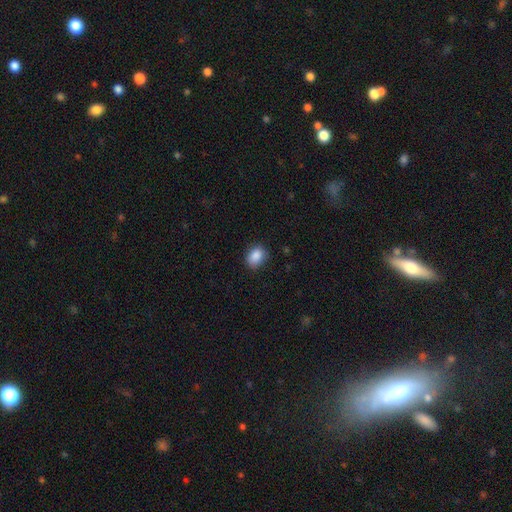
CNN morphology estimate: A smooth galaxy with no disk features (88%) that is in between round and cigar-shaped (62%).

Vote fractions:
- Smooth or featured? smooth: 88% / star or artifact: 8% / featured or disk: 4%
- How rounded? in between: 62% / round: 37% / cigar-shaped: 1%
- Merging? none: 82% / minor disturbance: 14% / major disturbance: 3% / merger: 1%